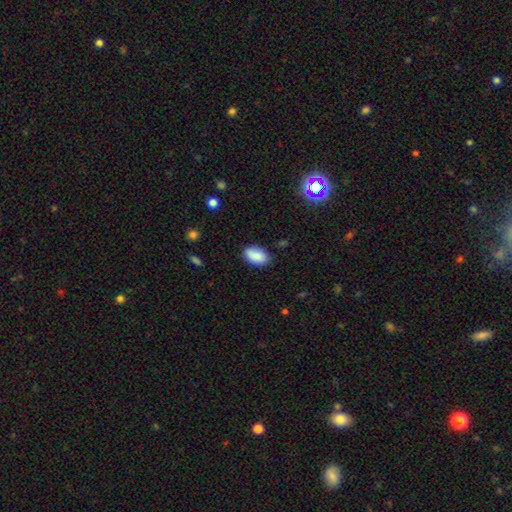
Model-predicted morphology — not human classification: smooth 88%, star or artifact 7%, featured or disk 4%. Down the decision tree: how rounded — in between (92%); merging — none (83%).